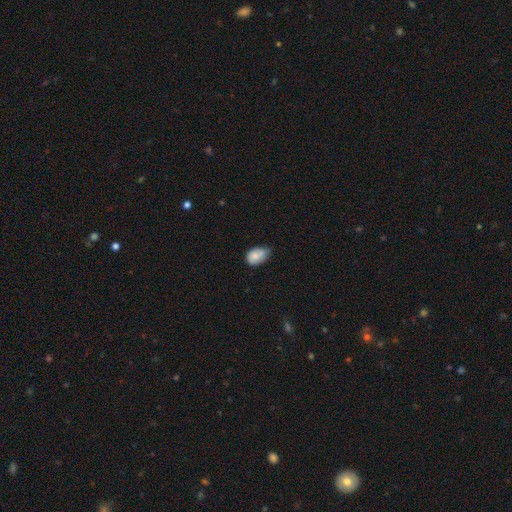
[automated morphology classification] This is likely a smooth galaxy (78%). How rounded: clearly in between (86%). Merging: possibly none (50%).